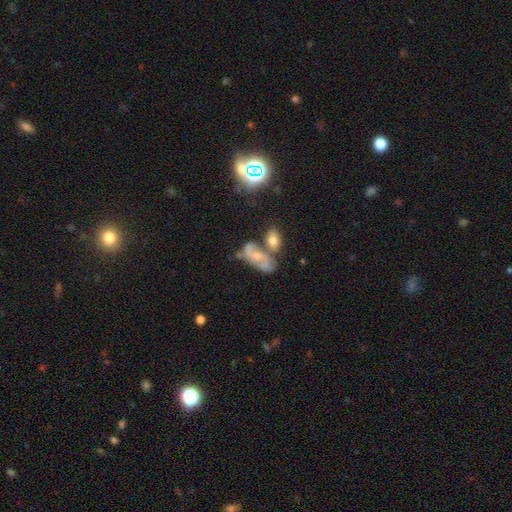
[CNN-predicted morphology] smooth_or_featured: featured or disk (p=0.51) [alt: smooth p=0.33]
disk_edge_on: no (p=0.92) [alt: yes p=0.08]
merging: merger (p=0.39) [alt: none p=0.35]